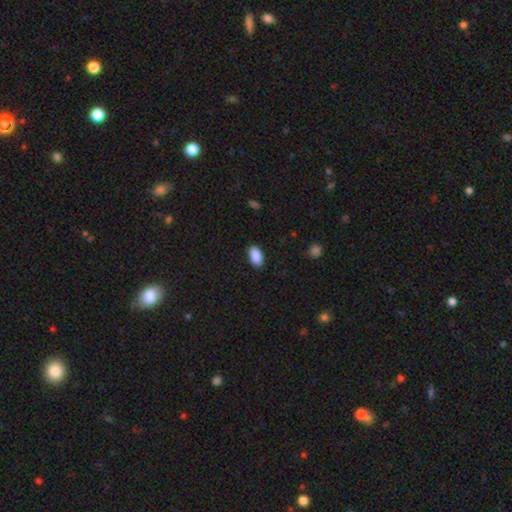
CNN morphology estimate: A smooth galaxy with no disk features (90%) that is in between round and cigar-shaped (94%).

Vote fractions:
- Smooth or featured? smooth: 90% / star or artifact: 7% / featured or disk: 3%
- How rounded? in between: 94% / round: 4% / cigar-shaped: 2%
- Merging? none: 88% / minor disturbance: 9% / major disturbance: 2% / merger: 1%